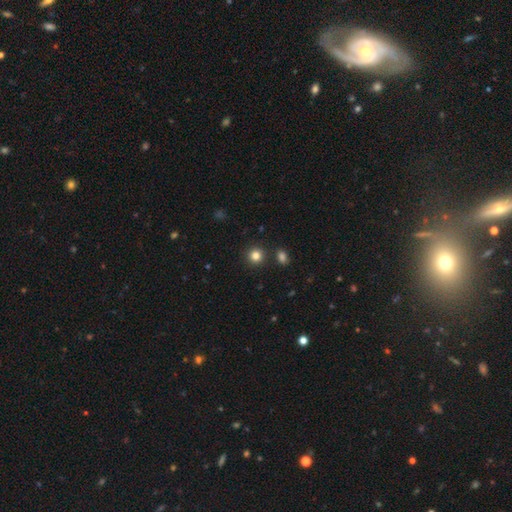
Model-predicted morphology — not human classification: smooth-or-featured: smooth: 83% | star or artifact: 13% | featured or disk: 5%
  how-rounded: round: 93% | in between: 7% | cigar-shaped: 1%
  merging: none: 88% | minor disturbance: 5% | merger: 4% | major disturbance: 2%